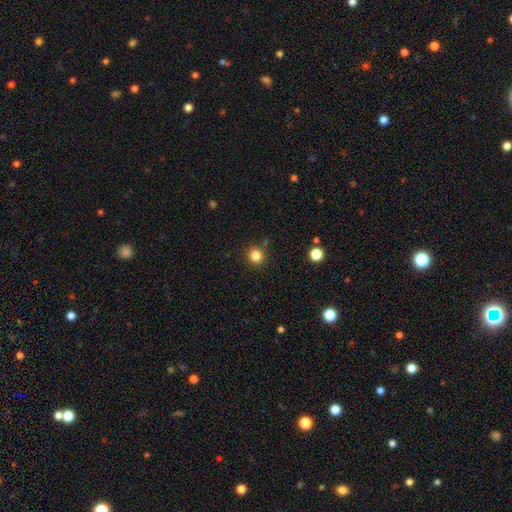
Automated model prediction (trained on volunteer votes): The model was most divided on "smooth or featured": smooth: 83%, star or artifact: 13%, featured or disk: 5%. More confident: how rounded — round (93%); merging — none (86%).